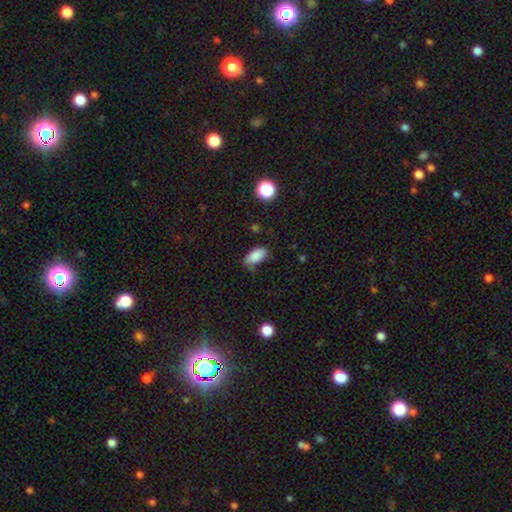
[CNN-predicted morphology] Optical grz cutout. It shows a smooth galaxy with no disk features (85%) that is in between round and cigar-shaped (90%). Merging: none (67%).